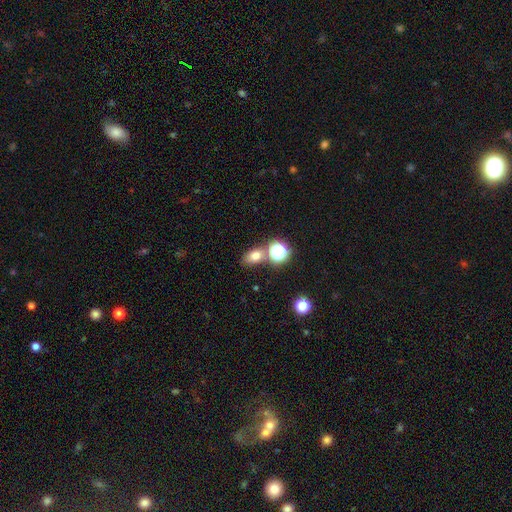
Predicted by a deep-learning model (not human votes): Smooth or featured: smooth — 71% (star or artifact — 19%)
How rounded: in between — 66% (round — 32%)
Merging: none — 64% (merger — 21%)